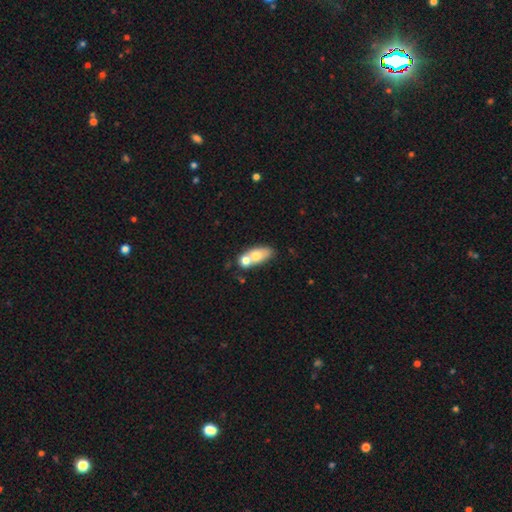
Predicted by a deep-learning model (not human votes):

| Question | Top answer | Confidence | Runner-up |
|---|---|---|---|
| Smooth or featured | smooth | 68% | featured or disk (25%) |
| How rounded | in between | 76% | round (13%) |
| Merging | merger | 53% | none (33%) |